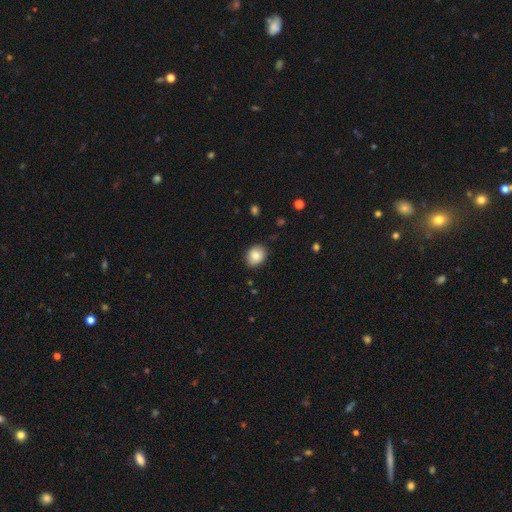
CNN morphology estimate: This is clearly a smooth galaxy (86%). How rounded: possibly round (51%). Merging: clearly none (85%).